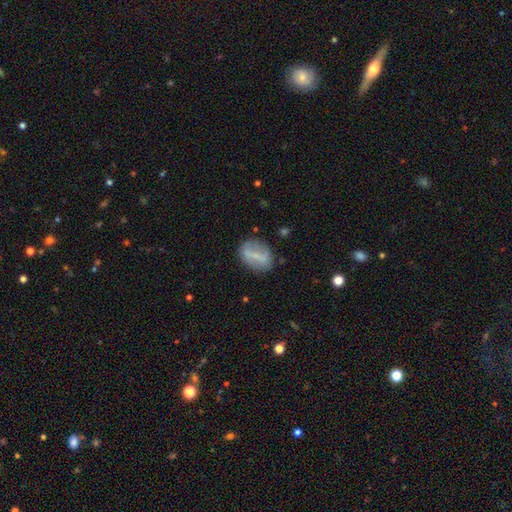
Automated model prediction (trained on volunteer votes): The model was most divided on "smooth or featured" (2-way tie): featured or disk: 46%, smooth: 46%, star or artifact: 8%. More confident: merging — none (77%).